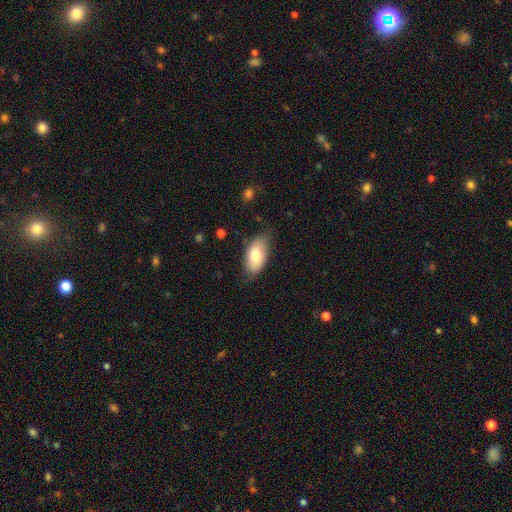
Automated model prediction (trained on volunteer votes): This appears to be a smooth galaxy with no disk features (77%) that is in between round and cigar-shaped (93%). Merging: none (73%).